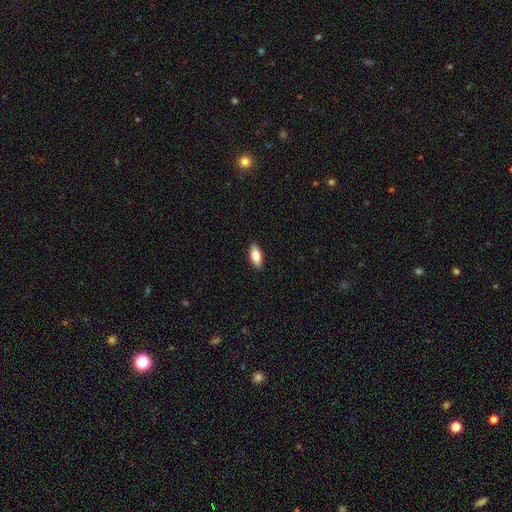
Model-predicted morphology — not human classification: A smooth galaxy with no disk features (81%) that is in between round and cigar-shaped (86%). Merging: none (90%).